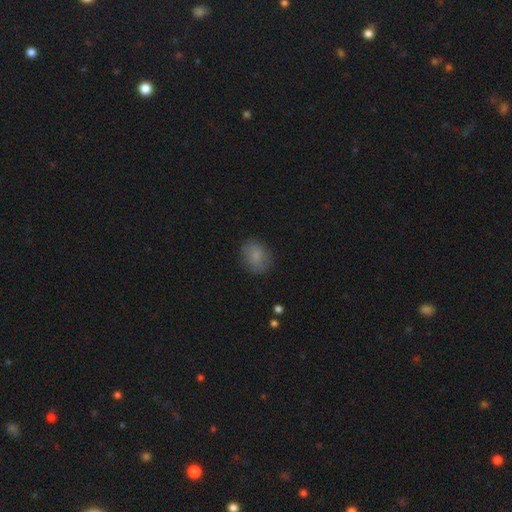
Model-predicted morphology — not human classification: Overall: smooth (82%). How rounded: in between (56%; round 43%). Merging: none (80%).